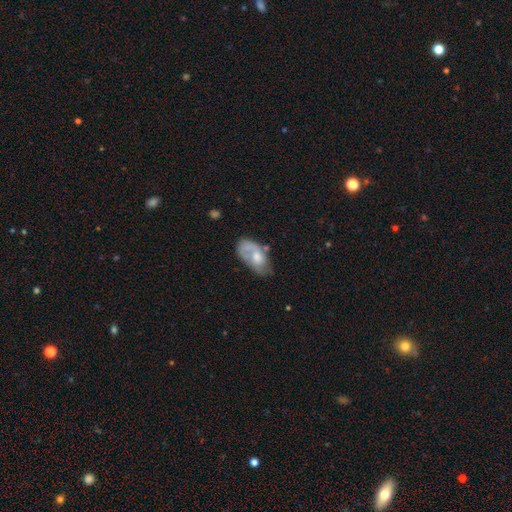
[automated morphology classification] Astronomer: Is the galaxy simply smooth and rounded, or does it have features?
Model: smooth — 47% (runner-up: featured or disk, 46%).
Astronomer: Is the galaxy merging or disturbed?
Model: none — 40% (runner-up: minor disturbance, 30%).